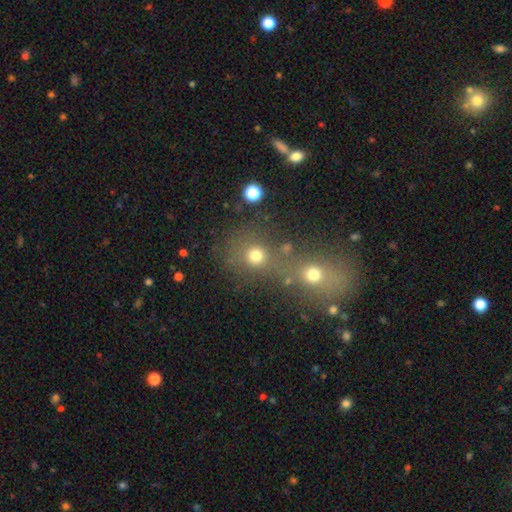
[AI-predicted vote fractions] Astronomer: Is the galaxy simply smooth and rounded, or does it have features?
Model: smooth — 71%.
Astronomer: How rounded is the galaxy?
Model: round — 83%.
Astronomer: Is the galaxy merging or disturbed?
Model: none — 48% (runner-up: merger, 37%).